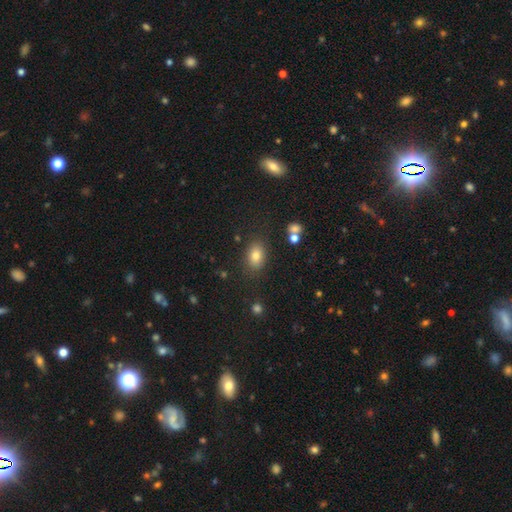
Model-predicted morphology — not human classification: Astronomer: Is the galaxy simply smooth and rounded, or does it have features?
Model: smooth — 79%.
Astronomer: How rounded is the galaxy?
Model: in between — 81%.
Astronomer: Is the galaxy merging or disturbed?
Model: none — 82%.